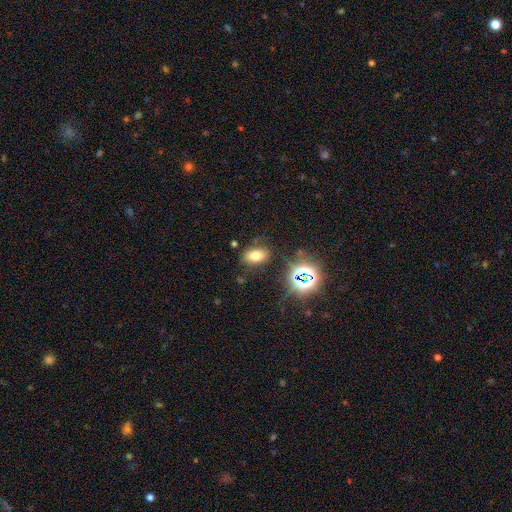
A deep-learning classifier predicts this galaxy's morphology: A smooth galaxy with no disk features (67%) that is in between round and cigar-shaped (88%). Merging: none (78%).